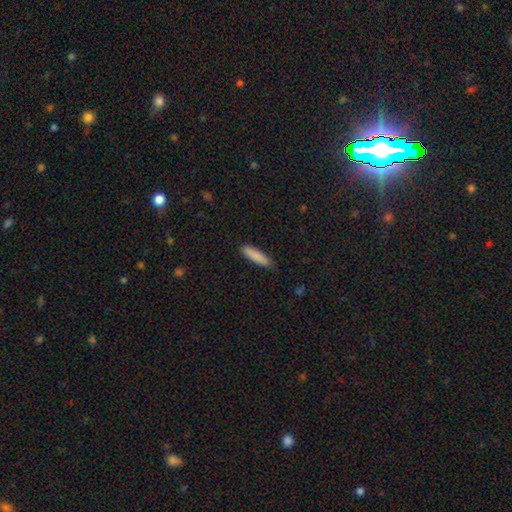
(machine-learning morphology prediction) Smooth or featured?
  - smooth: 87% *
  - featured or disk: 7%
  - star or artifact: 6%
How rounded?
  - cigar-shaped: 78% *
  - in between: 21%
  - round: 1%
Merging?
  - none: 87% *
  - minor disturbance: 10%
  - major disturbance: 2%
  - merger: 1%